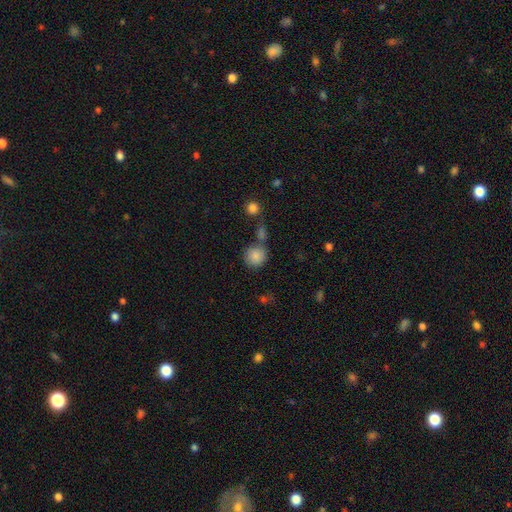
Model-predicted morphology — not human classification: smooth-or-featured: smooth: 85% | star or artifact: 9% | featured or disk: 6%
  how-rounded: round: 90% | in between: 9% | cigar-shaped: 1%
  merging: none: 66% | merger: 19% | minor disturbance: 11% | major disturbance: 4%